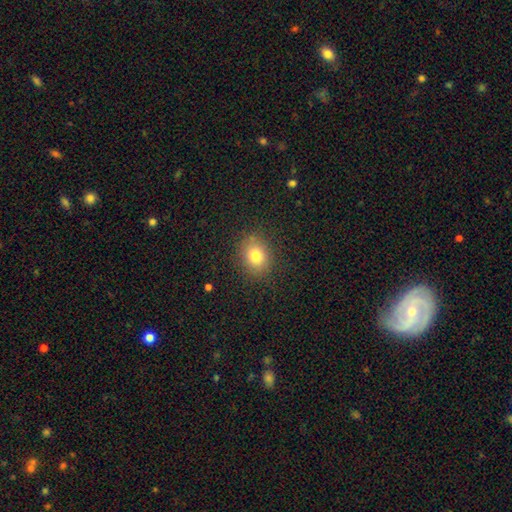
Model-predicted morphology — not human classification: A smooth galaxy with no disk features (79%) that is round (57%). Merging: none (86%).